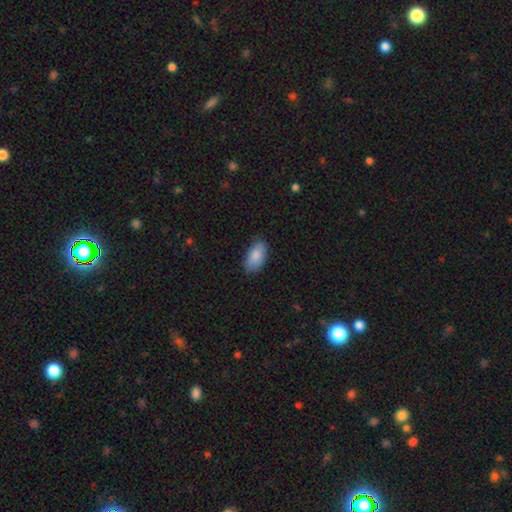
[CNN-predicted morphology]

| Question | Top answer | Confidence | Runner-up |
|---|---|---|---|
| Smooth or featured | smooth | 86% | featured or disk (8%) |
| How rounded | in between | 93% | cigar-shaped (4%) |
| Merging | none | 82% | minor disturbance (14%) |